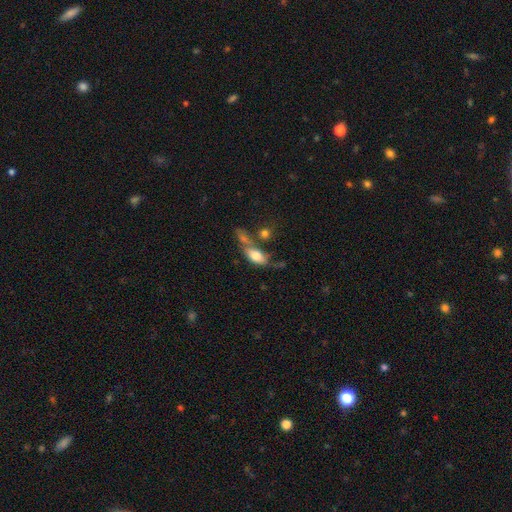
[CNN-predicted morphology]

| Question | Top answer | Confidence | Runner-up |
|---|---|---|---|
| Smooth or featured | smooth | 71% | featured or disk (21%) |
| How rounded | in between | 81% | cigar-shaped (13%) |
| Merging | none | 37% | merger (31%) |